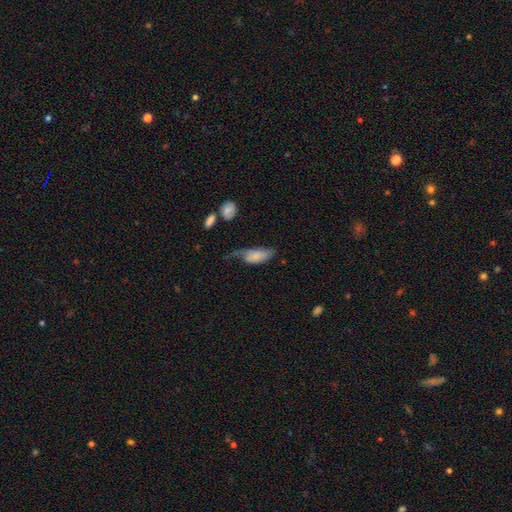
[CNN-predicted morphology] smooth_or_featured: smooth (p=0.59) [alt: featured or disk p=0.34]
how_rounded: in between (p=0.86) [alt: cigar-shaped p=0.11]
merging: major disturbance (p=0.47) [alt: minor disturbance p=0.26]